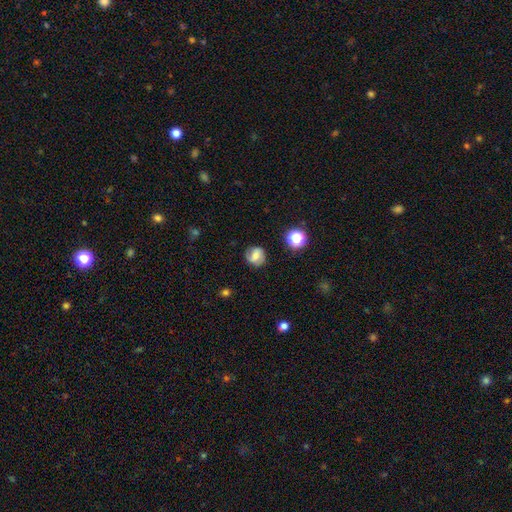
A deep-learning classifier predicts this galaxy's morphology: type=smooth (53%); roundness=round (81%); merging=none (77%).